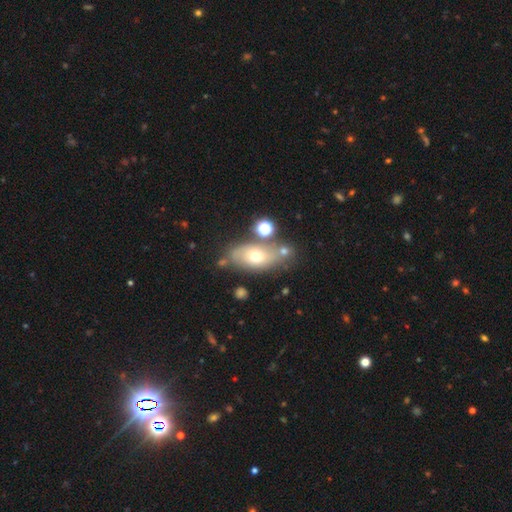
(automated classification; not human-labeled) This is possibly a smooth galaxy (53%). How rounded: likely in between (79%). Merging: likely none (62%).